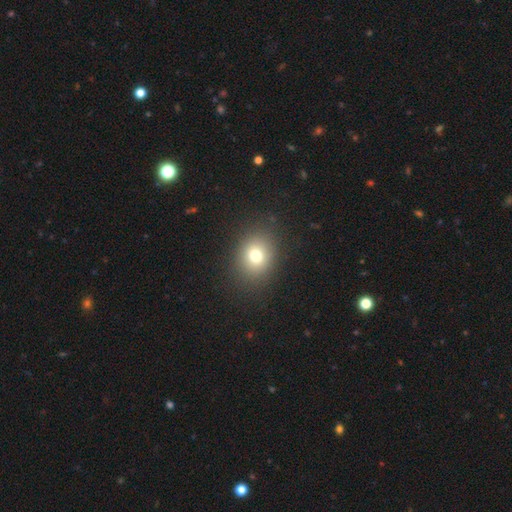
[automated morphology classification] The model was most divided on "how rounded": round: 58%, in between: 41%, cigar-shaped: 1%. More confident: merging — none (87%); smooth or featured — smooth (75%).